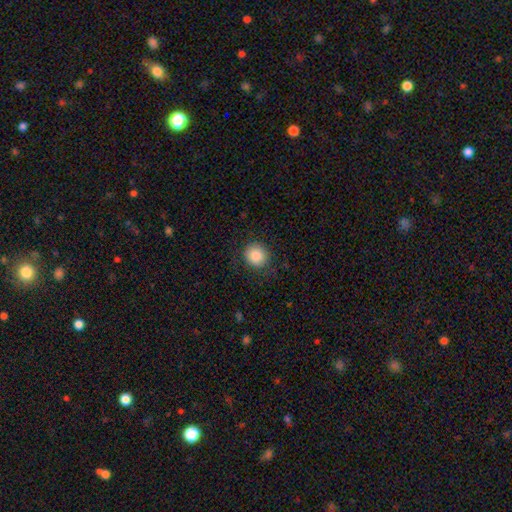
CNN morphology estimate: This appears to be a smooth galaxy with no disk features (87%) that is round (88%). Merging: none (84%).